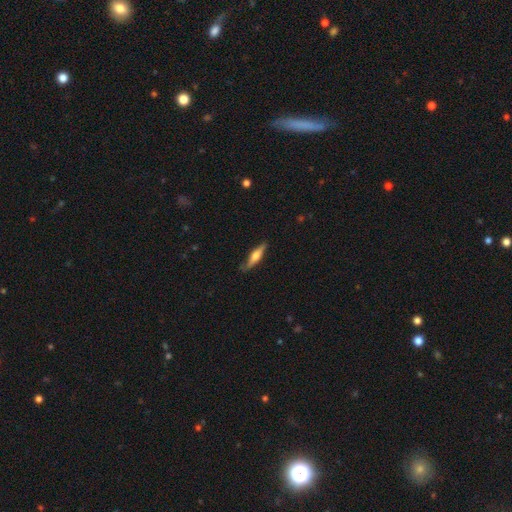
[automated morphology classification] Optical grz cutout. It shows a featured or disk galaxy (47%, tied with smooth). Merging: none (81%).